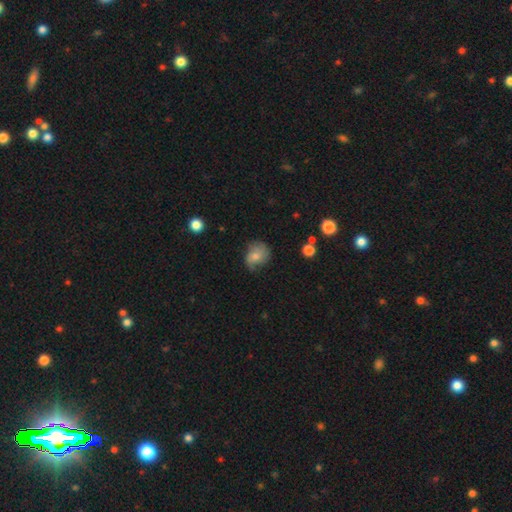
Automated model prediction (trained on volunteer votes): Overall: smooth (68%). How rounded: round (57%; in between 42%). Merging: none (51%; minor disturbance 35%).